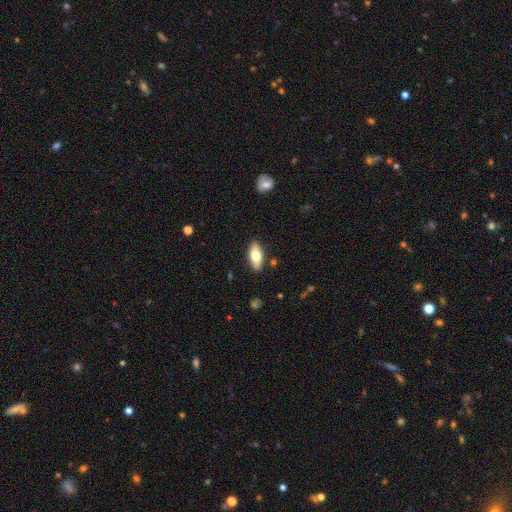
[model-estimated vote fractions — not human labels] Smooth or featured?
  - smooth: 71% *
  - featured or disk: 23%
  - star or artifact: 6%
How rounded?
  - in between: 83% *
  - cigar-shaped: 15%
  - round: 3%
Merging?
  - none: 87% *
  - minor disturbance: 9%
  - major disturbance: 2%
  - merger: 2%